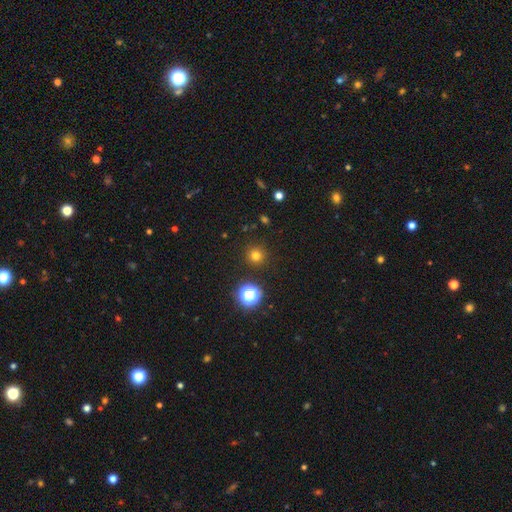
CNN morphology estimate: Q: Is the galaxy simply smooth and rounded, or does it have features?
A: smooth — 75%.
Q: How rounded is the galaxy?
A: round — 95%.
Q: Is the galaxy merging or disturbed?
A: none — 91%.